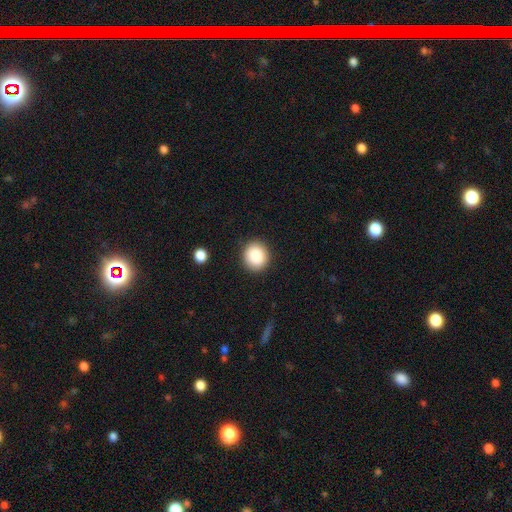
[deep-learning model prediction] Smooth or featured? Predicted: smooth (p=0.88). How rounded? Predicted: round (p=0.83). Merging? Predicted: none (p=0.89).